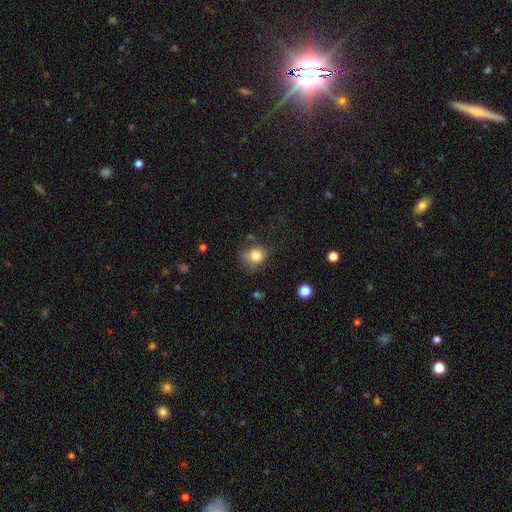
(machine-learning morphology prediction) Smooth or featured: smooth — 81% (star or artifact — 11%)
How rounded: round — 77% (in between — 22%)
Merging: none — 62% (minor disturbance — 26%)